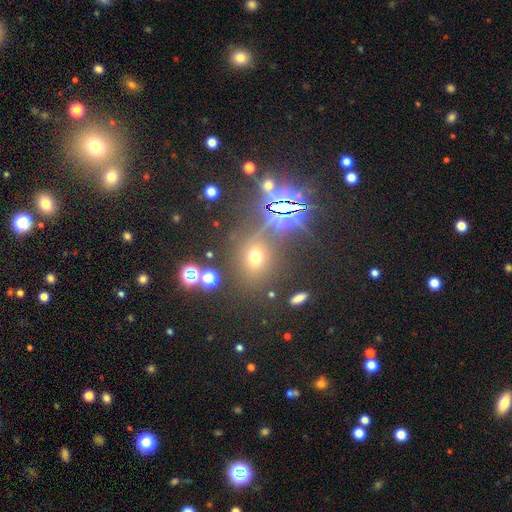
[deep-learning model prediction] Smooth or featured? Predicted: star or artifact (p=0.48).